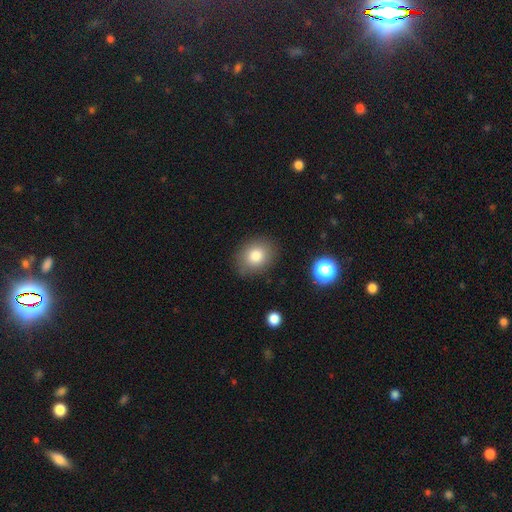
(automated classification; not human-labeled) This appears to be a smooth galaxy with no disk features (81%) that is round (58%). Merging: none (82%).